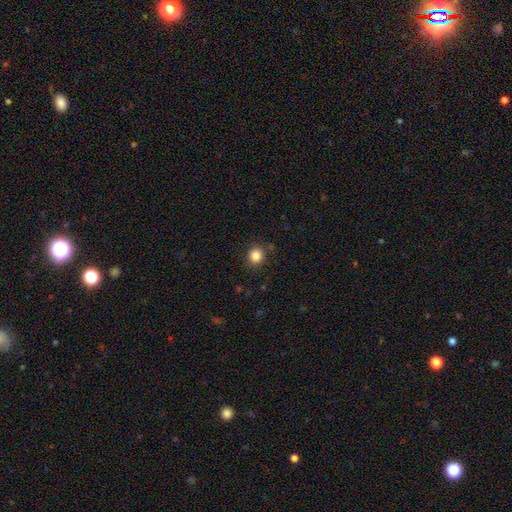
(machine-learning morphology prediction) Overall: smooth (85%). How rounded: round (86%). Merging: none (87%).